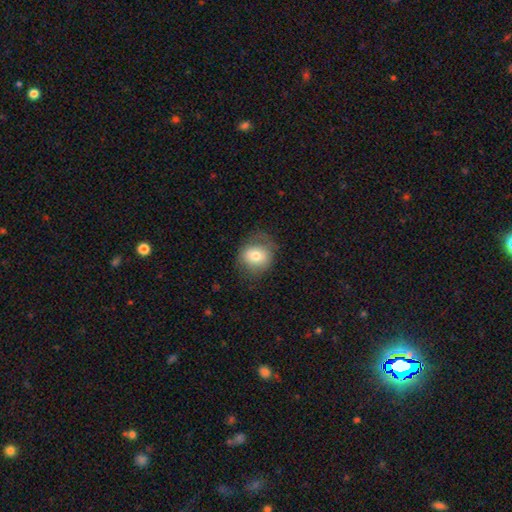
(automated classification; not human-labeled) Morphology: type=smooth (73%); roundness=round (71%); merging=none (69%).